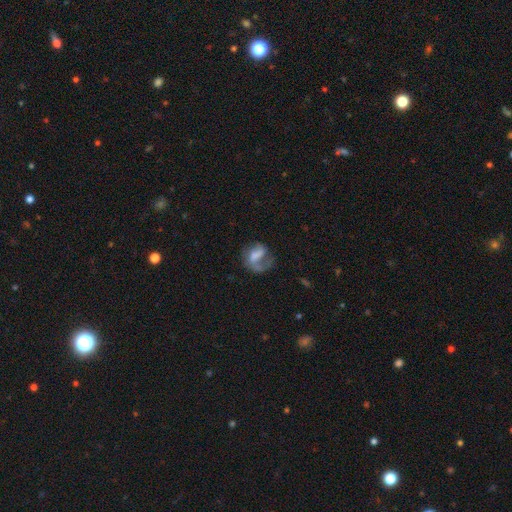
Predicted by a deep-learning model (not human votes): smooth-or-featured: featured or disk: 51% | smooth: 40% | star or artifact: 10%
  disk-edge-on: no: 97% | yes: 3%
  merging: major disturbance: 45% | none: 31% | minor disturbance: 19% | merger: 6%